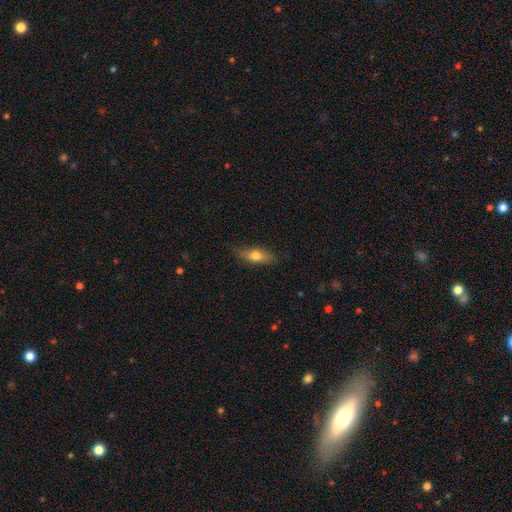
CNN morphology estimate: Smooth or featured? Predicted: smooth (p=0.62). How rounded? Predicted: in between (p=0.56). Merging? Predicted: none (p=0.82).